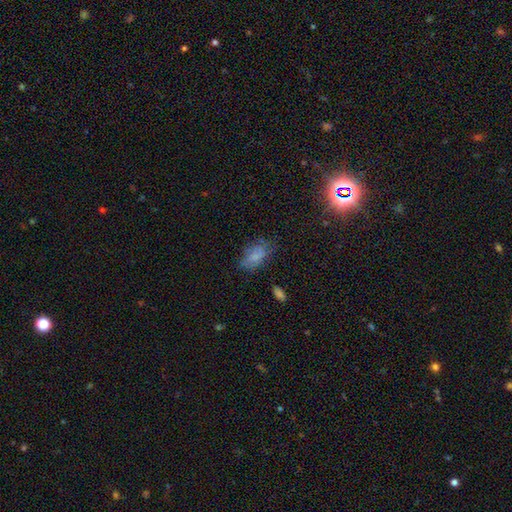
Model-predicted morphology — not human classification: A smooth galaxy with no disk features (70%) that is in between round and cigar-shaped (90%).

Vote fractions:
- Smooth or featured? smooth: 70% / featured or disk: 18% / star or artifact: 12%
- How rounded? in between: 90% / round: 6% / cigar-shaped: 4%
- Merging? none: 60% / minor disturbance: 26% / major disturbance: 11% / merger: 3%